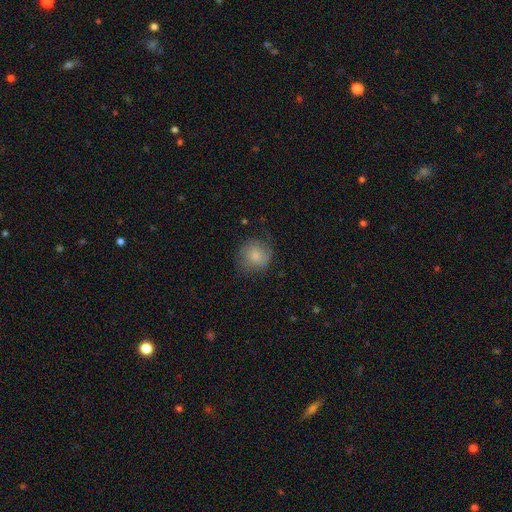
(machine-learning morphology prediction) Smooth or featured?
  - smooth: 78% *
  - featured or disk: 15%
  - star or artifact: 8%
How rounded?
  - round: 87% *
  - in between: 12%
  - cigar-shaped: 1%
Merging?
  - none: 65% *
  - minor disturbance: 24%
  - major disturbance: 11%
  - merger: 1%